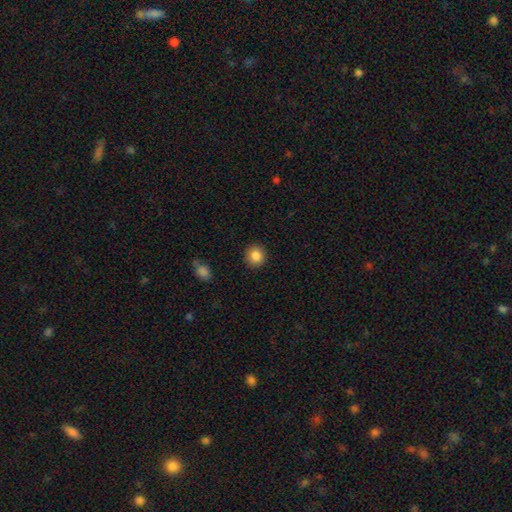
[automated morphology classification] Smooth or featured? smooth (86%)
How rounded? round (90%)
Merging? none (91%)